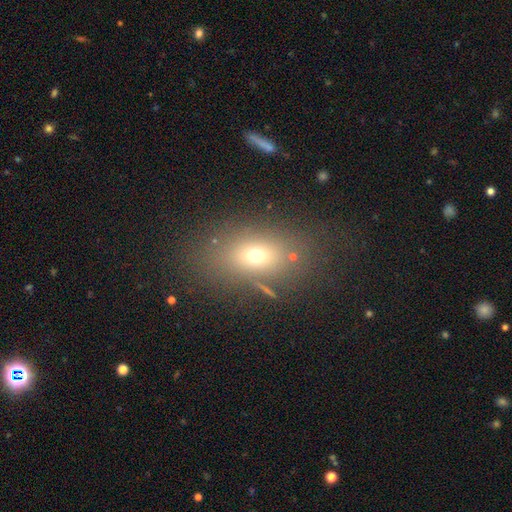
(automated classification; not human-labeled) smooth-or-featured: smooth: 64% | star or artifact: 19% | featured or disk: 17%
  how-rounded: in between: 71% | round: 25% | cigar-shaped: 4%
  merging: none: 75% | minor disturbance: 12% | major disturbance: 7% | merger: 5%